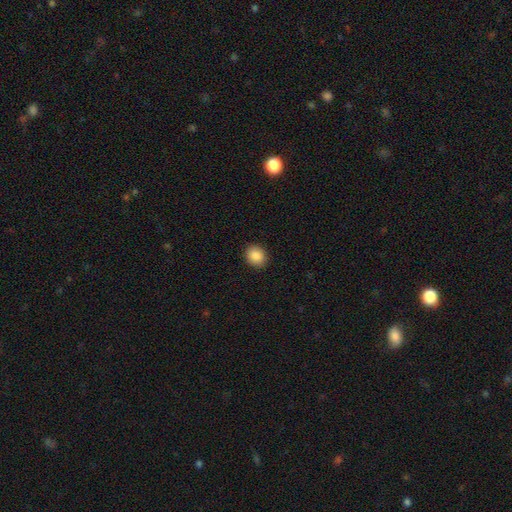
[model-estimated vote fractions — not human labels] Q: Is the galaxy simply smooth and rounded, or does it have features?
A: smooth — 88%.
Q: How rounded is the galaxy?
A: round — 60%.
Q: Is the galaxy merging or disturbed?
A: none — 90%.